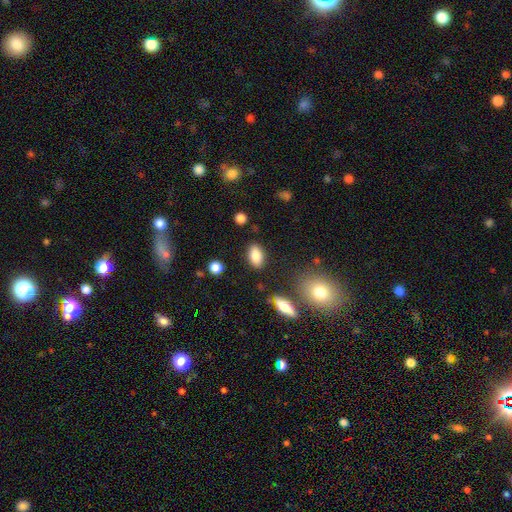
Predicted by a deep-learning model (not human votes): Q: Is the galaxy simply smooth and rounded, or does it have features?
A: smooth — 85%.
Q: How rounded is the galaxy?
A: in between — 90%.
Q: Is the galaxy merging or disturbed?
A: none — 85%.